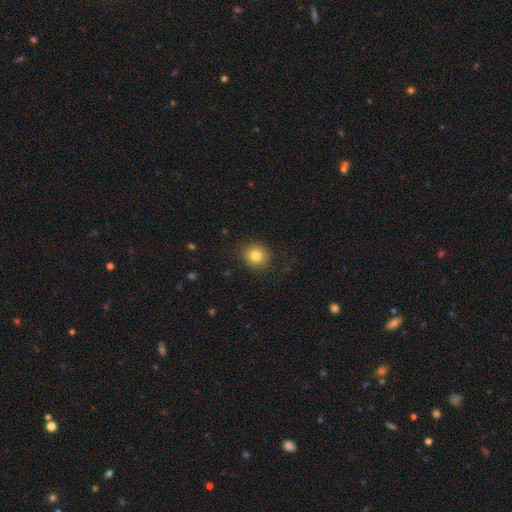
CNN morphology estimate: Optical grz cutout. It shows a smooth galaxy with no disk features (83%) that is round (86%). Merging: none (88%).